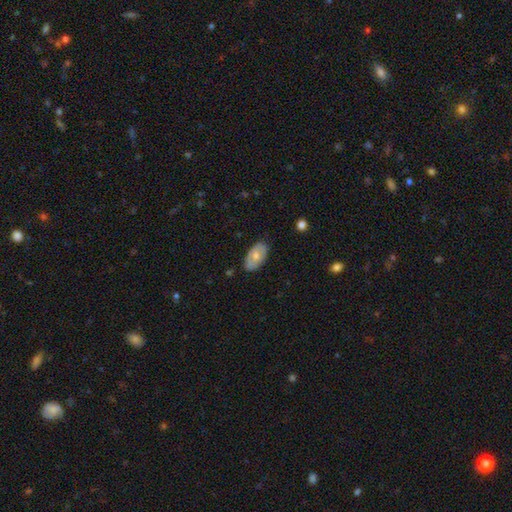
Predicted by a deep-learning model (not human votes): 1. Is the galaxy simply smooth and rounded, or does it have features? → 59% smooth, 35% featured or disk, 6% star or artifact.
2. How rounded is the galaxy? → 93% in between, 5% round, 2% cigar-shaped.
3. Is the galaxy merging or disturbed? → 81% none, 15% minor disturbance, 3% major disturbance, 1% merger.